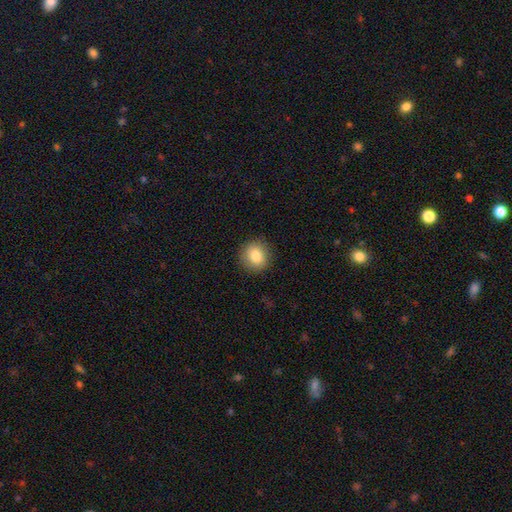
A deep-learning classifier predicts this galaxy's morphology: A smooth galaxy with no disk features (83%) that is round (87%).

Vote fractions:
- Smooth or featured? smooth: 83% / star or artifact: 9% / featured or disk: 8%
- How rounded? round: 87% / in between: 12% / cigar-shaped: 1%
- Merging? none: 90% / minor disturbance: 7% / major disturbance: 2% / merger: 1%